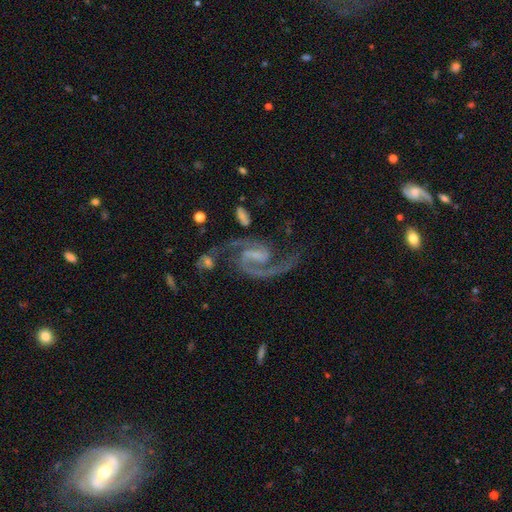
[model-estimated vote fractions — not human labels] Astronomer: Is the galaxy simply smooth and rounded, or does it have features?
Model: featured or disk — 93%.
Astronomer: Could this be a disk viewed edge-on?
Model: no — 98%.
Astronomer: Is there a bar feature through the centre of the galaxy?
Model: weak — 50% (runner-up: strong, 27%).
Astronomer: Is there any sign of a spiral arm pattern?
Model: yes — 98%.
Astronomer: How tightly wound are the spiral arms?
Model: medium — 62%.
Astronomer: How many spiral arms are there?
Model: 2 — 93%.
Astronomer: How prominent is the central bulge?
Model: small — 42% (runner-up: none, 36%).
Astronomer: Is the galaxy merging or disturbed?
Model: none — 60%.